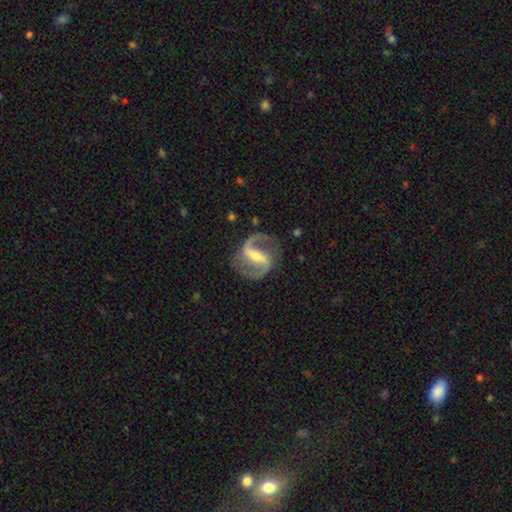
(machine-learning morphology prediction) featured or disk 92%, star or artifact 4%, smooth 4%. Down the decision tree: edge-on disk — no (97%); bar — strong (64%); spiral arms — yes (97%); spiral arm count — 2 (94%); spiral winding — medium (56%); bulge size — moderate (53%); merging — none (84%).